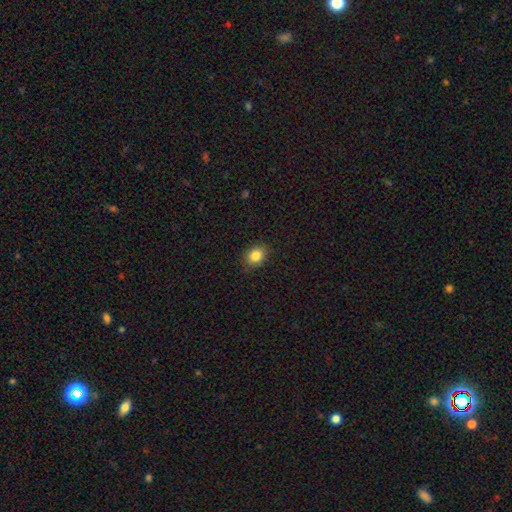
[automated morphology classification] A smooth galaxy with no disk features (85%) that is in between round and cigar-shaped (51%).

Vote fractions:
- Smooth or featured? smooth: 85% / star or artifact: 10% / featured or disk: 6%
- How rounded? in between: 51% / round: 48% / cigar-shaped: 1%
- Merging? none: 87% / minor disturbance: 10% / major disturbance: 2% / merger: 1%